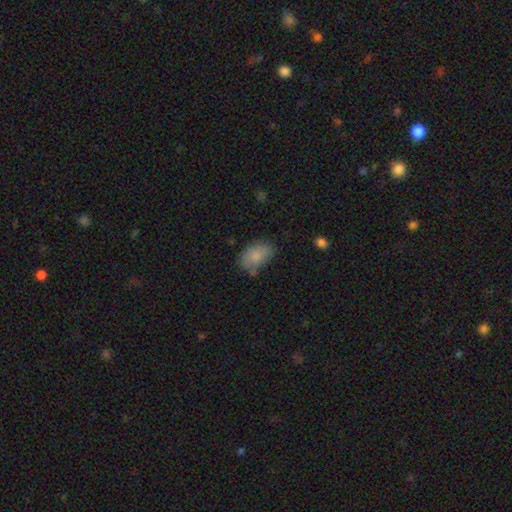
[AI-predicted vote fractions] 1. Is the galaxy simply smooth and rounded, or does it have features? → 83% smooth, 10% featured or disk, 7% star or artifact.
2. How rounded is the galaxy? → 90% in between, 9% round, 1% cigar-shaped.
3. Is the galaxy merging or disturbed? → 63% none, 25% minor disturbance, 6% major disturbance, 5% merger.